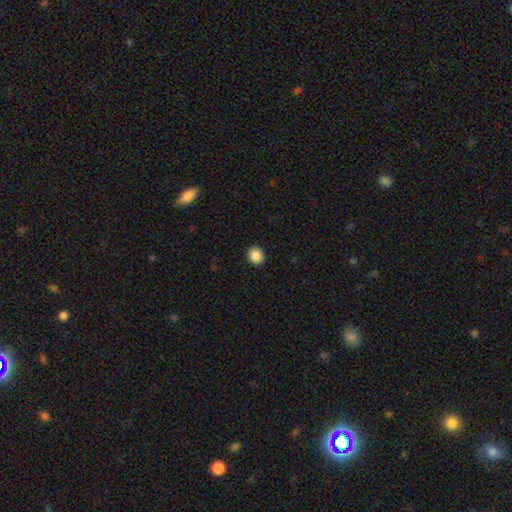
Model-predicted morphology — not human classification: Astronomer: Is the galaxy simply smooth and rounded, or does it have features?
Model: smooth — 88%.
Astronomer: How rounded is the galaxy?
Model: round — 87%.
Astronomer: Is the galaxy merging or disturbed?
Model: none — 92%.